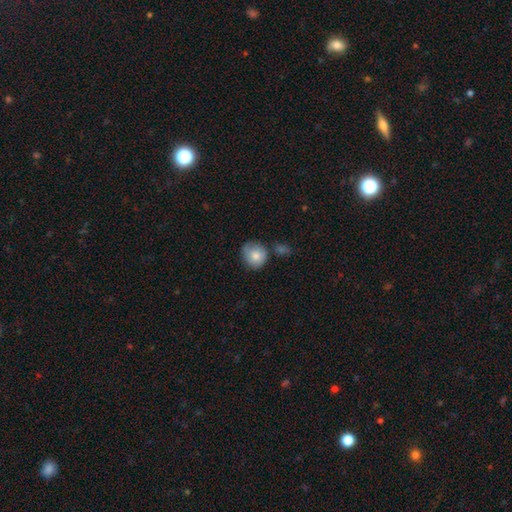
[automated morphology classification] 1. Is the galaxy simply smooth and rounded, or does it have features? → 80% smooth, 12% featured or disk, 7% star or artifact.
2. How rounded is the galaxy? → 84% round, 15% in between, 1% cigar-shaped.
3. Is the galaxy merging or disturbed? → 62% none, 23% minor disturbance, 9% merger, 6% major disturbance.